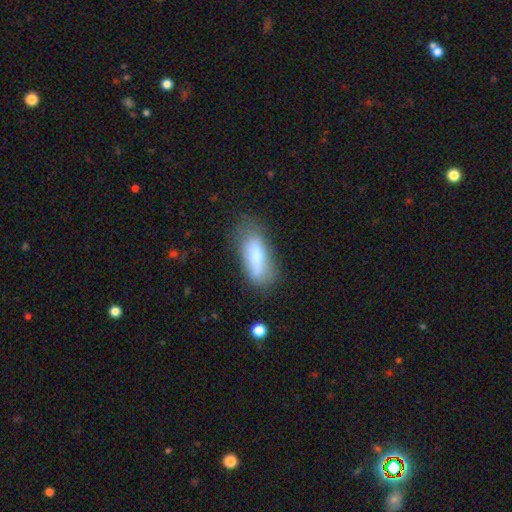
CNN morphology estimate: Smooth or featured?
  - smooth: 76% *
  - featured or disk: 16%
  - star or artifact: 8%
How rounded?
  - in between: 75% *
  - cigar-shaped: 23%
  - round: 2%
Merging?
  - none: 52% *
  - minor disturbance: 29%
  - major disturbance: 14%
  - merger: 5%